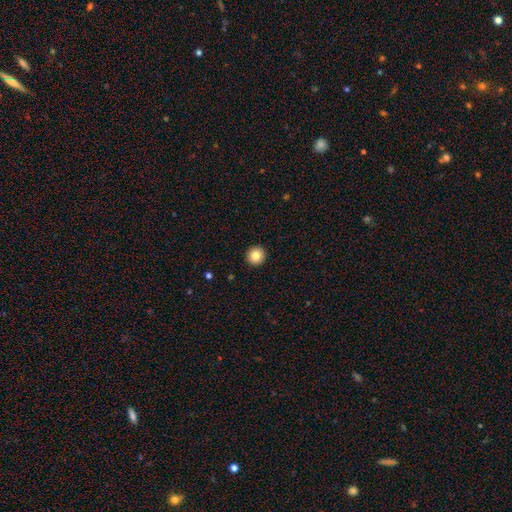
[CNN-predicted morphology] smooth_or_featured: smooth (p=0.84) [alt: star or artifact p=0.10]
how_rounded: round (p=0.95) [alt: in between p=0.04]
merging: none (p=0.94) [alt: minor disturbance p=0.04]